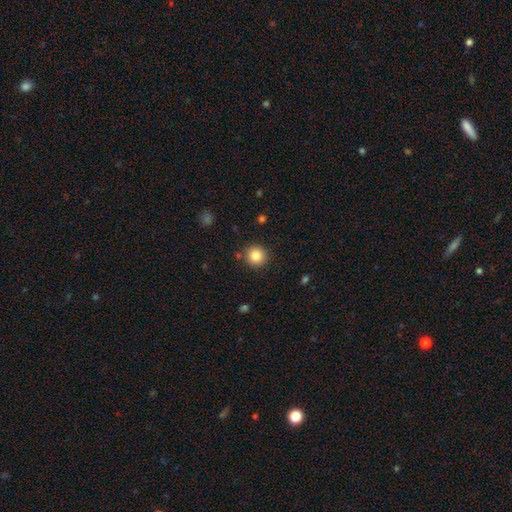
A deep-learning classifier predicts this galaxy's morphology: Q: Smooth or featured?
A: smooth (85%); runner-up: star or artifact (10%)
Q: How rounded?
A: round (93%); runner-up: in between (6%)
Q: Merging?
A: none (88%); runner-up: minor disturbance (7%)